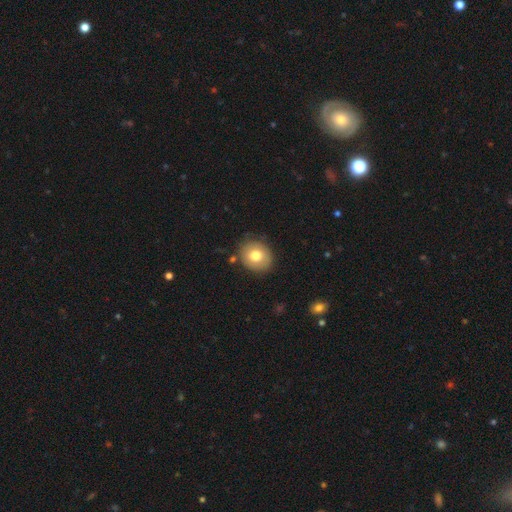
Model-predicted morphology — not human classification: This is likely a smooth galaxy (75%). How rounded: likely round (71%). Merging: clearly none (84%).